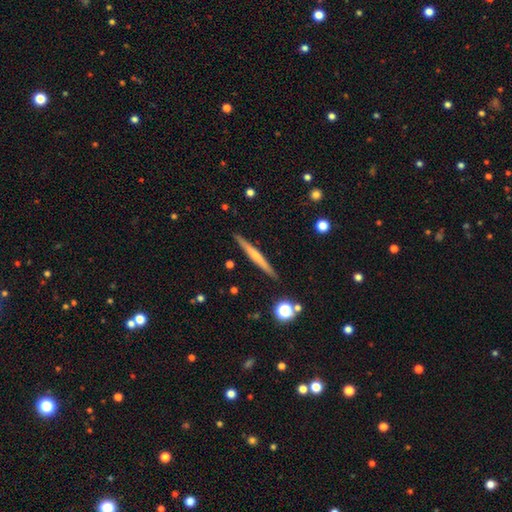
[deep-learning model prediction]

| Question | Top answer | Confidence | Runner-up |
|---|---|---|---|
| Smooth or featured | featured or disk | 57% | smooth (36%) |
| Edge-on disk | yes | 97% | no (3%) |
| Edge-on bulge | rounded | 49% | none (45%) |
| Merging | none | 91% | minor disturbance (6%) |